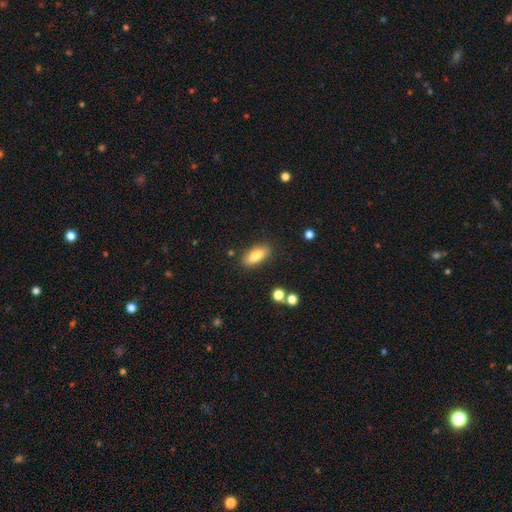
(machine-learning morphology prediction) Overall: smooth (82%). How rounded: in between (79%). Merging: none (85%).